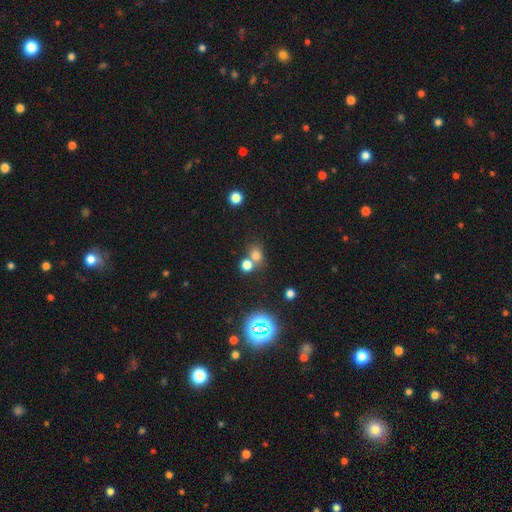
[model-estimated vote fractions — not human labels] Smooth or featured? smooth (69%)
How rounded? round (64%)
Merging? none (49%)